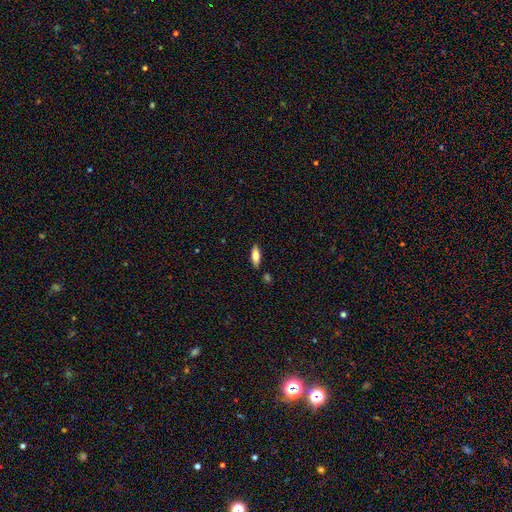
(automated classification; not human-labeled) smooth 80%, featured or disk 13%, star or artifact 7%. Down the decision tree: how rounded — in between (66%); merging — none (84%).